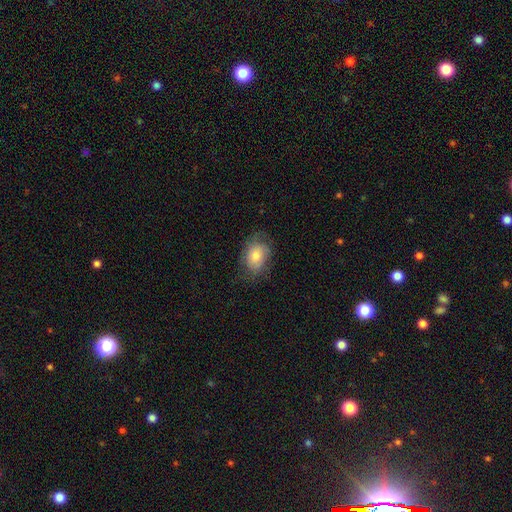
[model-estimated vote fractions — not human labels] The model was most divided on "smooth or featured": smooth: 63%, featured or disk: 29%, star or artifact: 8%. More confident: how rounded — in between (74%); merging — none (64%).